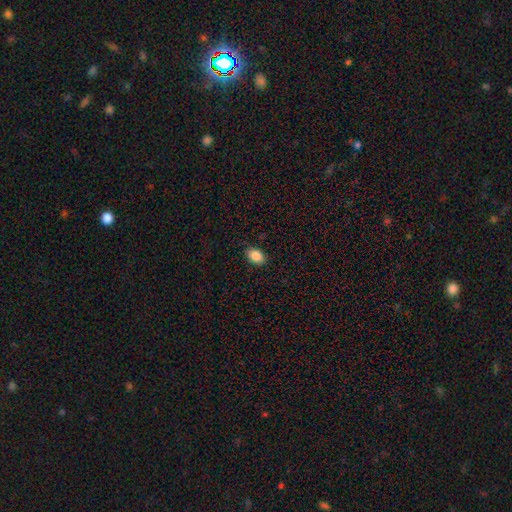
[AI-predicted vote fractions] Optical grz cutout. It shows a smooth galaxy with no disk features (87%) that is in between round and cigar-shaped (81%). Merging: none (87%).